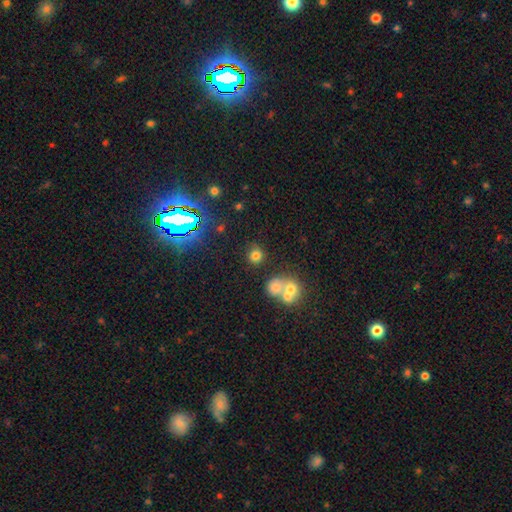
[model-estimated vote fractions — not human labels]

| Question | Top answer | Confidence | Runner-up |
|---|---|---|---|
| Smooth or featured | smooth | 72% | star or artifact (19%) |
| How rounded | round | 86% | in between (13%) |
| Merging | none | 72% | merger (15%) |